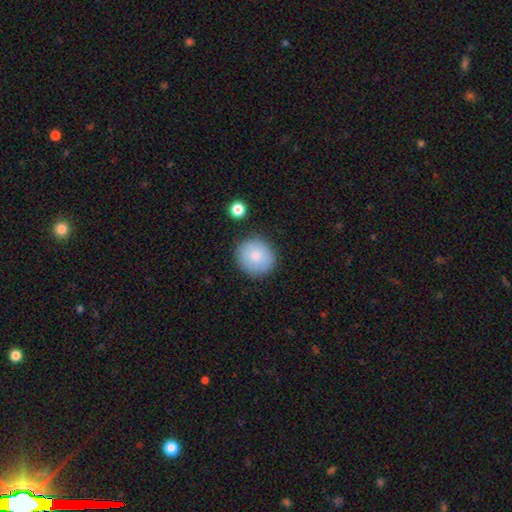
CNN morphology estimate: Smooth or featured? Predicted: smooth (p=0.80). How rounded? Predicted: round (p=0.87). Merging? Predicted: none (p=0.84).